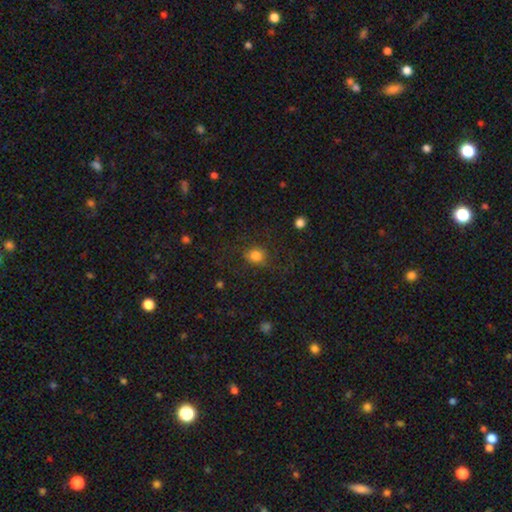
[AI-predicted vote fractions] The model was most divided on "how rounded": round: 78%, in between: 20%, cigar-shaped: 1%. More confident: smooth or featured — smooth (79%); merging — none (76%).